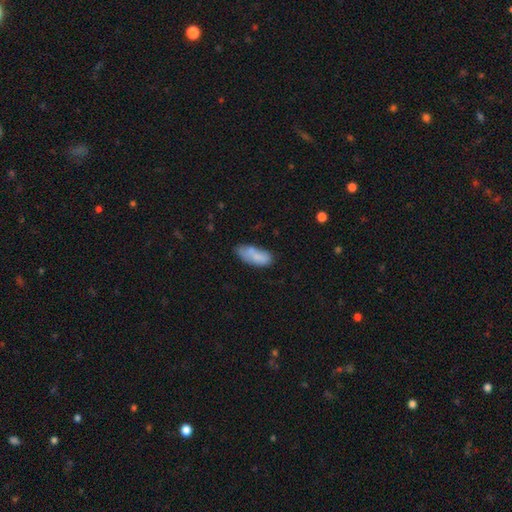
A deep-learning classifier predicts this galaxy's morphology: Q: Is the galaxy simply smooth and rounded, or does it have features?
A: smooth — 77%.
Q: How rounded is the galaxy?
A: in between — 80%.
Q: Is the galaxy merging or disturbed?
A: none — 49%.